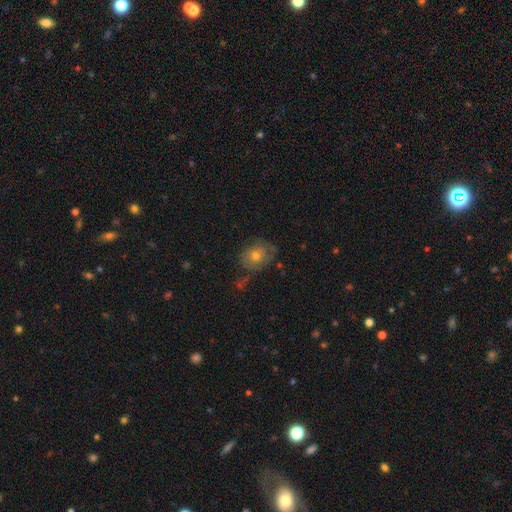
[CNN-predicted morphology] This is possibly a smooth galaxy (56%). How rounded: possibly round (52%). Merging: likely none (61%).